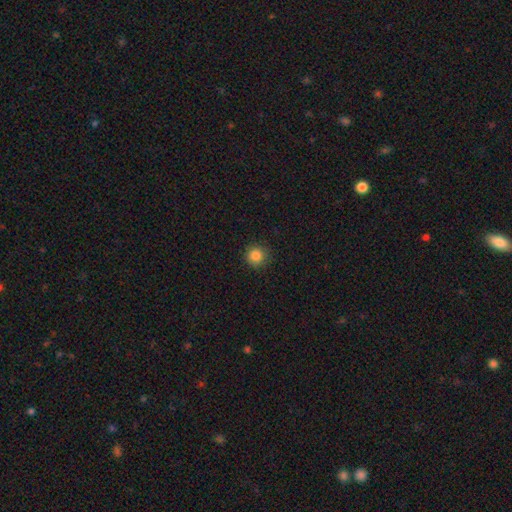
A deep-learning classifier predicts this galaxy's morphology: smooth_or_featured: smooth (p=0.85) [alt: star or artifact p=0.11]
how_rounded: round (p=0.94) [alt: in between p=0.05]
merging: none (p=0.88) [alt: minor disturbance p=0.08]